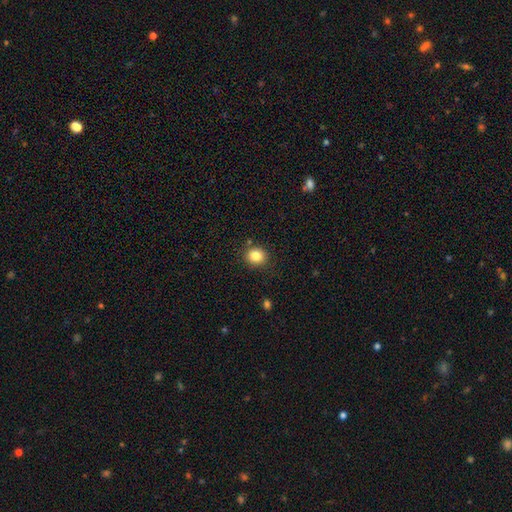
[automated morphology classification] smooth 84%, star or artifact 10%, featured or disk 5%. Down the decision tree: how rounded — round (77%); merging — none (86%).